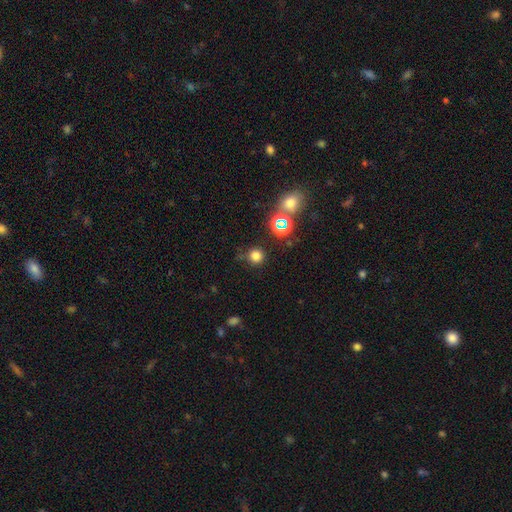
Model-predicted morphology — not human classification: This appears to be a smooth galaxy with no disk features (74%) that is round (93%). Merging: none (82%).